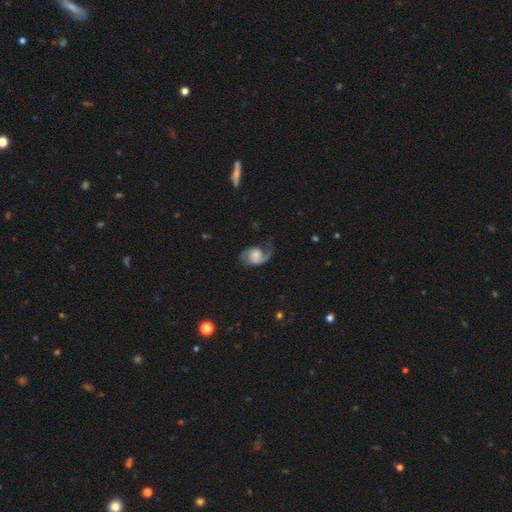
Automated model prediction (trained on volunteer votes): Smooth or featured? featured or disk (73%)
Edge-on disk? no (97%)
Bar? no (62%)
Spiral arms? yes (94%)
Spiral winding? loose (42%, tied with medium)
Spiral arm count? 2 (65%)
Bulge size? moderate (30%)
Merging? none (54%)